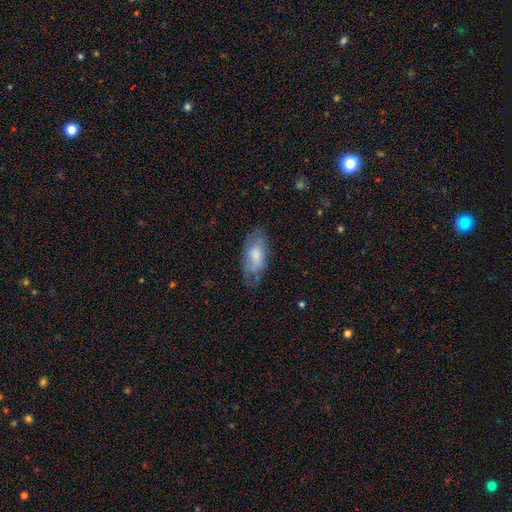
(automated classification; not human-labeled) Smooth or featured? Predicted: smooth (p=0.68). How rounded? Predicted: in between (p=0.90). Merging? Predicted: none (p=0.59).